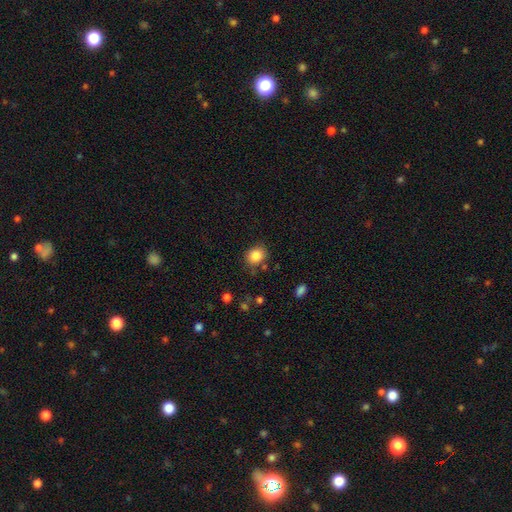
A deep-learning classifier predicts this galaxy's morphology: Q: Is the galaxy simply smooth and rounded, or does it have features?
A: smooth — 85%.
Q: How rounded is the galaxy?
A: round — 61%.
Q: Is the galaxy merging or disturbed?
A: none — 79%.